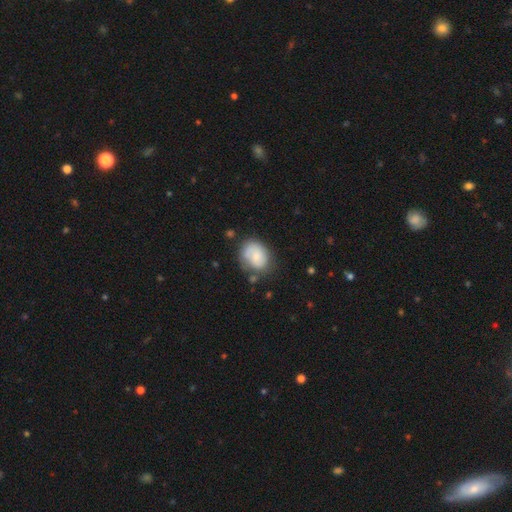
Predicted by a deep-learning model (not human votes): Q: Smooth or featured?
A: smooth (71%); runner-up: featured or disk (21%)
Q: How rounded?
A: in between (57%); runner-up: round (42%)
Q: Merging?
A: none (58%); runner-up: minor disturbance (26%)